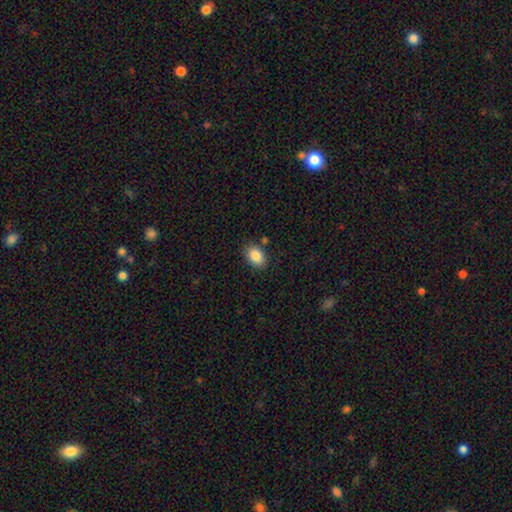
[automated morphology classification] This is clearly a smooth galaxy (87%). How rounded: clearly in between (80%). Merging: clearly none (83%).